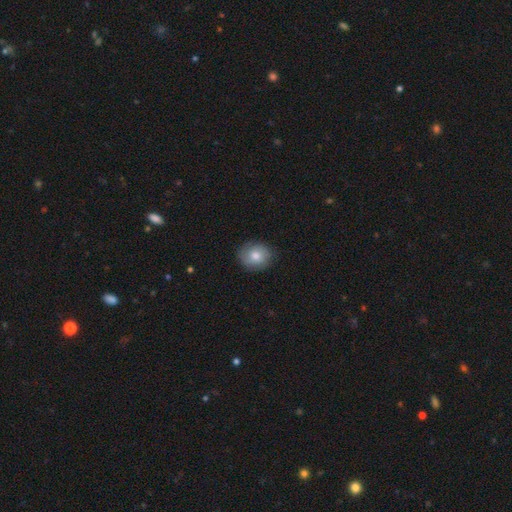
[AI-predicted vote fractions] Q: Smooth or featured?
A: smooth (74%); runner-up: featured or disk (18%)
Q: How rounded?
A: round (67%); runner-up: in between (32%)
Q: Merging?
A: none (82%); runner-up: minor disturbance (14%)